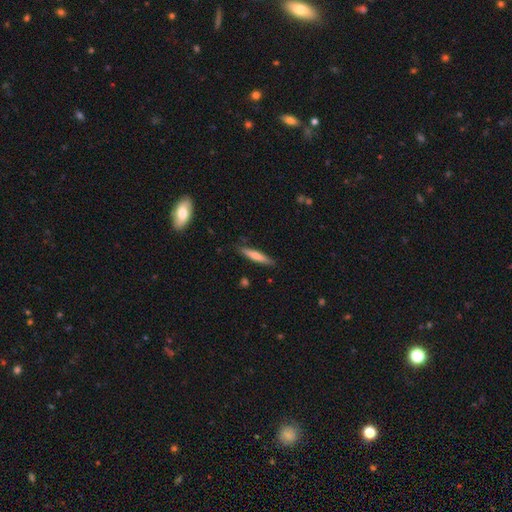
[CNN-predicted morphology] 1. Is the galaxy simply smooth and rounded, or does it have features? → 66% smooth, 28% featured or disk, 6% star or artifact.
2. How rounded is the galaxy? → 90% cigar-shaped, 8% in between, 1% round.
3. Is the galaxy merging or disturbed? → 86% none, 10% minor disturbance, 2% major disturbance, 2% merger.